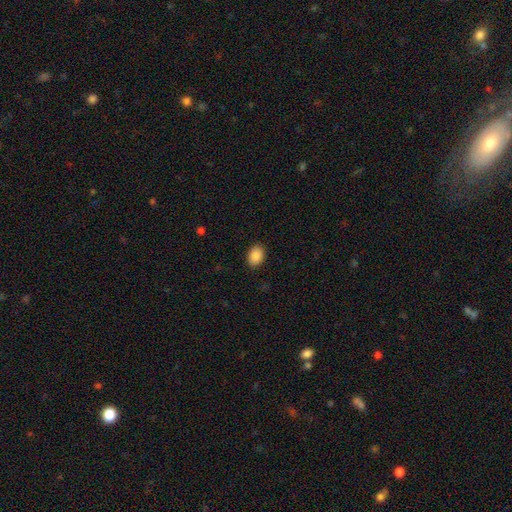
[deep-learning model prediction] smooth_or_featured: smooth (p=0.90) [alt: star or artifact p=0.08]
how_rounded: in between (p=0.77) [alt: round p=0.22]
merging: none (p=0.89) [alt: minor disturbance p=0.08]